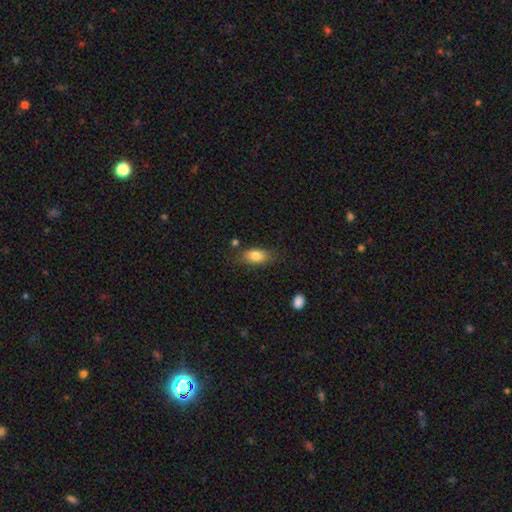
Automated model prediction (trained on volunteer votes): Overall: smooth (82%). How rounded: in between (86%). Merging: none (73%).